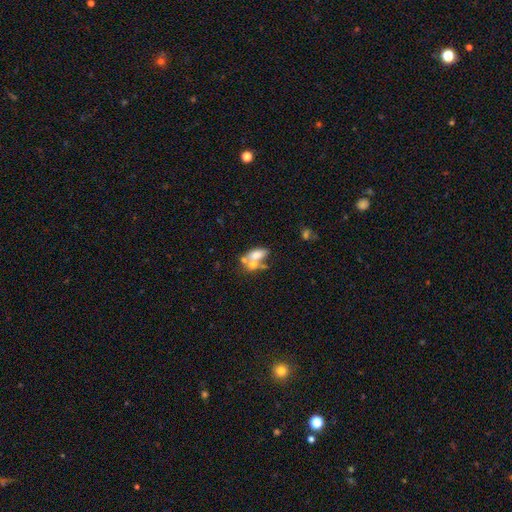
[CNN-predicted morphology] This appears to be a smooth galaxy with no disk features (59%) that is in between round and cigar-shaped (82%). Merging: merger (55%).